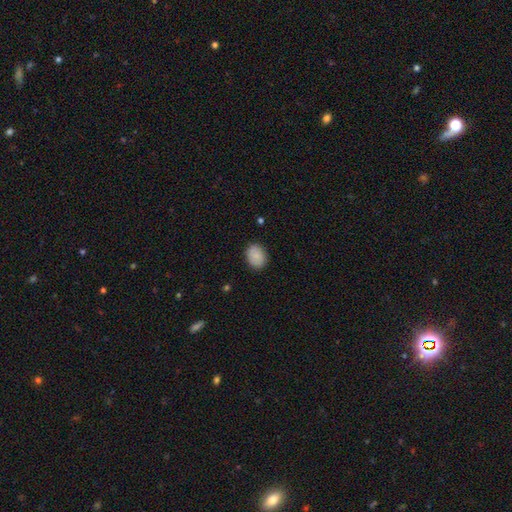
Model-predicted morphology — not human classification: Smooth or featured?
  - smooth: 85% *
  - featured or disk: 8%
  - star or artifact: 7%
How rounded?
  - in between: 55% *
  - round: 44%
  - cigar-shaped: 1%
Merging?
  - none: 87% *
  - minor disturbance: 9%
  - major disturbance: 2%
  - merger: 1%